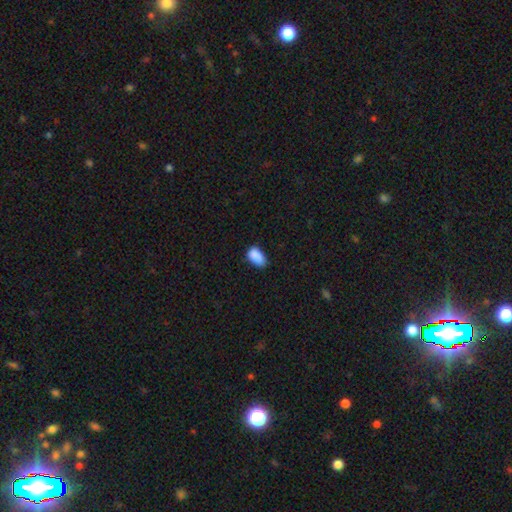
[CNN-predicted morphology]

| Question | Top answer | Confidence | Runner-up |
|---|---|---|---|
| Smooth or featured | smooth | 86% | star or artifact (8%) |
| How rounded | in between | 91% | round (7%) |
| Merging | none | 52% | minor disturbance (37%) |